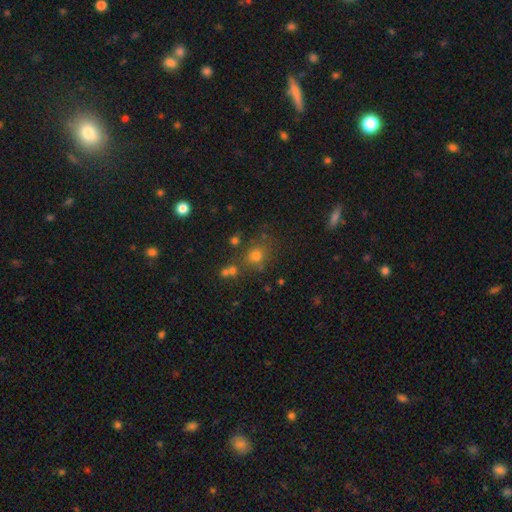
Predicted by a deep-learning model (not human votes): Smooth or featured? smooth (68%)
How rounded? round (77%)
Merging? none (68%)